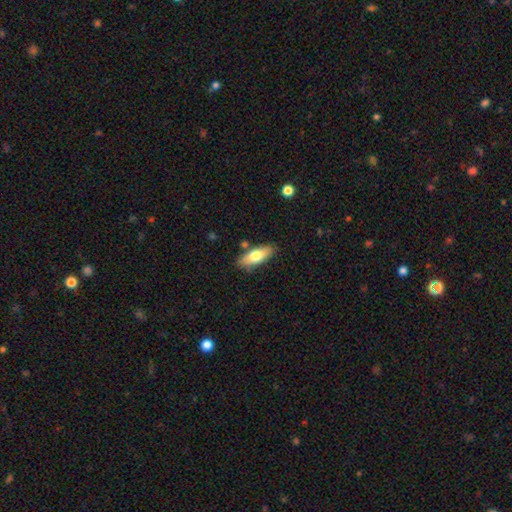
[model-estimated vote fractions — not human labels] Overall: smooth (71%). How rounded: in between (70%). Merging: none (82%).